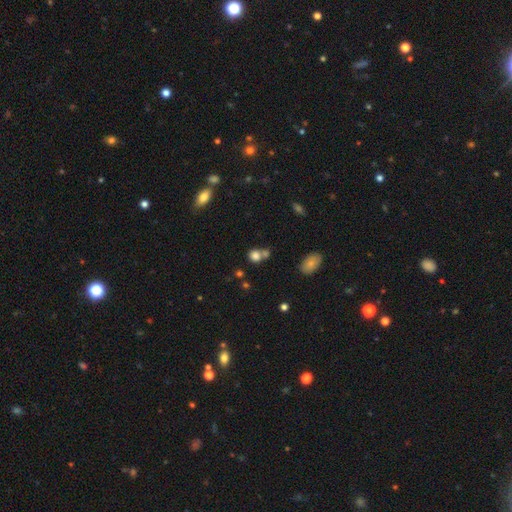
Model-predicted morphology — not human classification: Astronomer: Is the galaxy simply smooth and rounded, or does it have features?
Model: smooth — 80%.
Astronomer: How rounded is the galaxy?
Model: round — 73%.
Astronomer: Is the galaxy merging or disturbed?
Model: none — 50% (runner-up: merger, 36%).